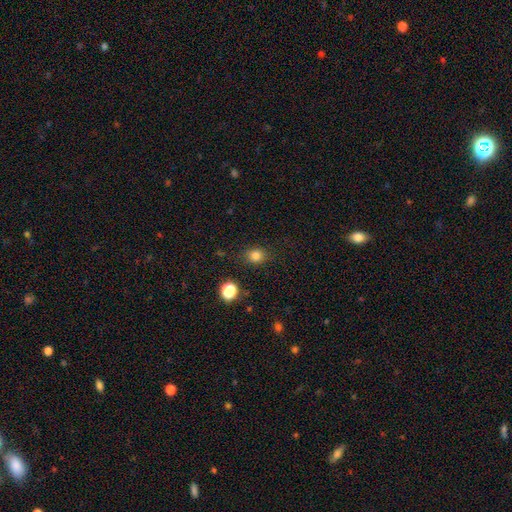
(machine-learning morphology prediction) Smooth or featured?
  - smooth: 81% *
  - star or artifact: 14%
  - featured or disk: 5%
How rounded?
  - round: 65% *
  - in between: 34%
  - cigar-shaped: 1%
Merging?
  - none: 85% *
  - minor disturbance: 10%
  - major disturbance: 3%
  - merger: 2%